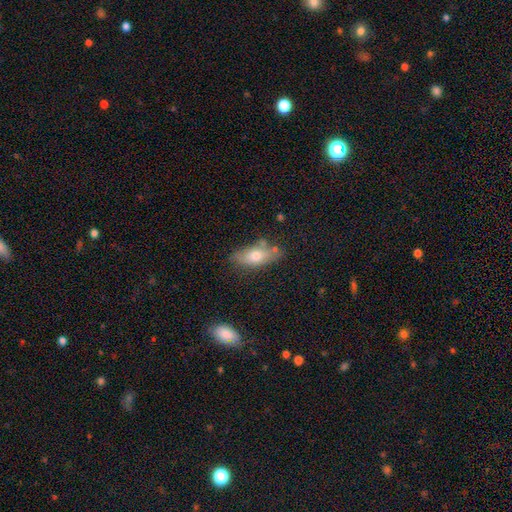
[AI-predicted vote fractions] The model was most divided on "smooth or featured": smooth: 69%, featured or disk: 24%, star or artifact: 8%. More confident: how rounded — in between (78%); merging — none (66%).